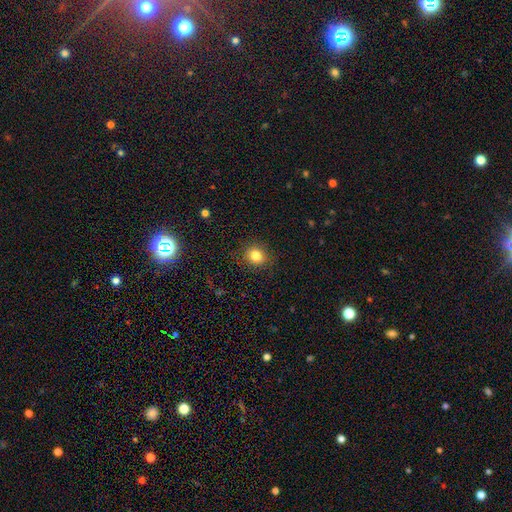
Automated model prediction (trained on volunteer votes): Overall: smooth (81%). How rounded: round (81%). Merging: none (88%).